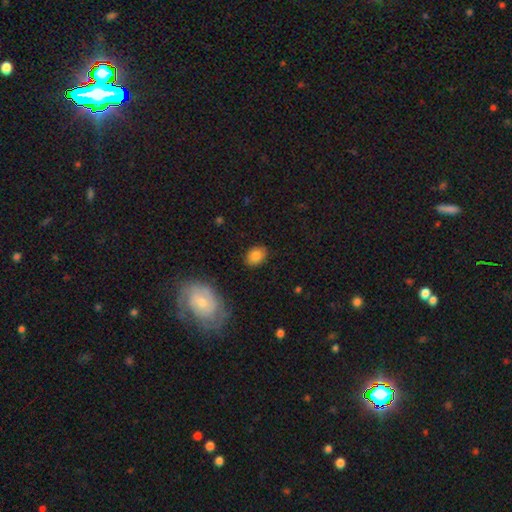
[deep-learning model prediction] The model was most divided on "how rounded": in between: 66%, round: 33%, cigar-shaped: 1%. More confident: merging — none (85%); smooth or featured — smooth (83%).